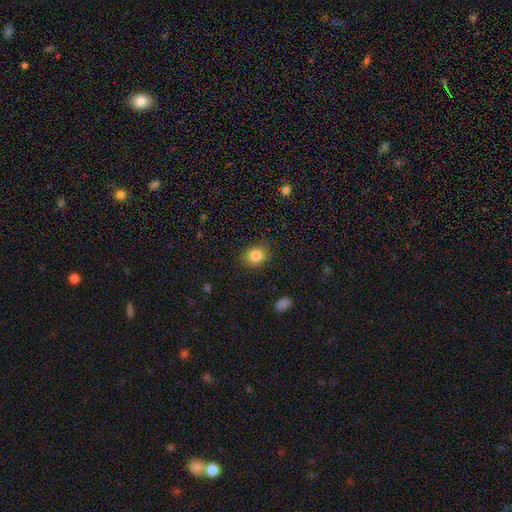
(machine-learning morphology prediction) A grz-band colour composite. It shows a smooth galaxy with no disk features (84%) that is round (68%). Merging: none (86%).